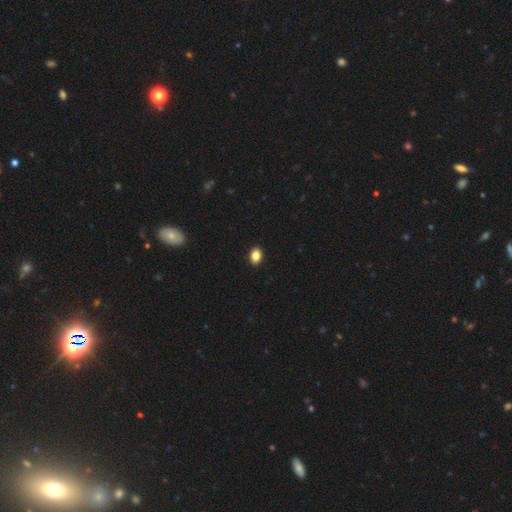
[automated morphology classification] Smooth or featured? Predicted: smooth (p=0.86). How rounded? Predicted: in between (p=0.72). Merging? Predicted: none (p=0.91).